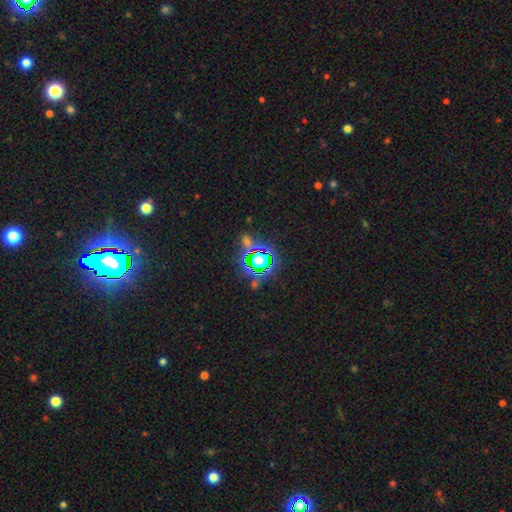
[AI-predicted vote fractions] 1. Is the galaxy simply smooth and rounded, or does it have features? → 82% star or artifact, 10% smooth, 7% featured or disk.